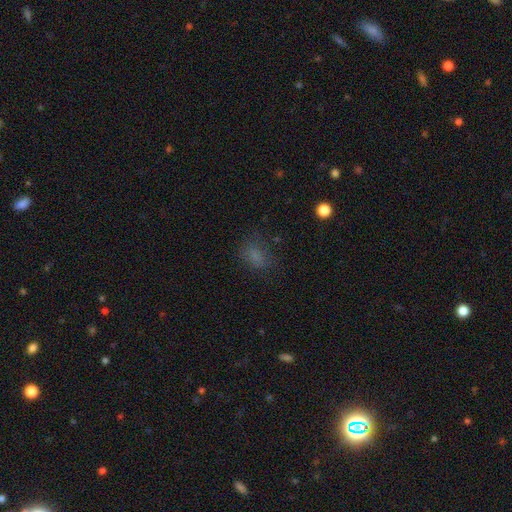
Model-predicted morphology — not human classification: type=smooth (71%); roundness=in between (70%); merging=none (65%).